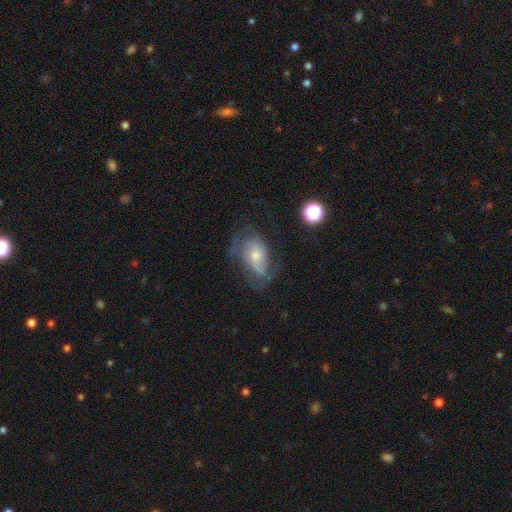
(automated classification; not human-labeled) This is likely a featured or disk galaxy (66%). It is clearly not viewed edge-on (95%). Bar: likely no (69%). Spiral arm pattern: clearly yes (83%). Spiral arm count: marginally 2 (43%). Spiral winding: marginally medium (42%). Central bulge: possibly small (47%). Merging: possibly none (56%).